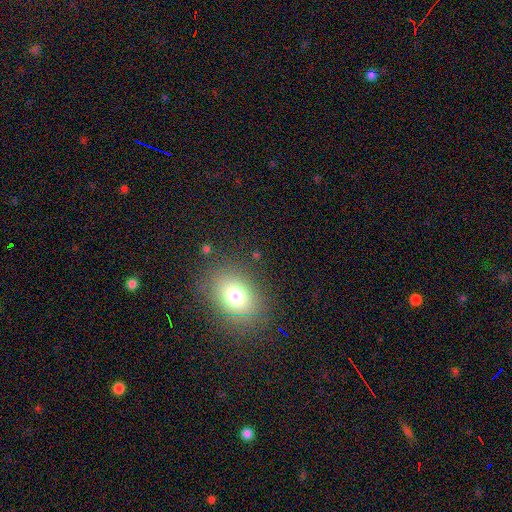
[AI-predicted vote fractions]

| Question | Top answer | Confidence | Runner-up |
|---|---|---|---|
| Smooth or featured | smooth | 72% | star or artifact (17%) |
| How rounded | in between | 64% | round (34%) |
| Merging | none | 81% | minor disturbance (12%) |